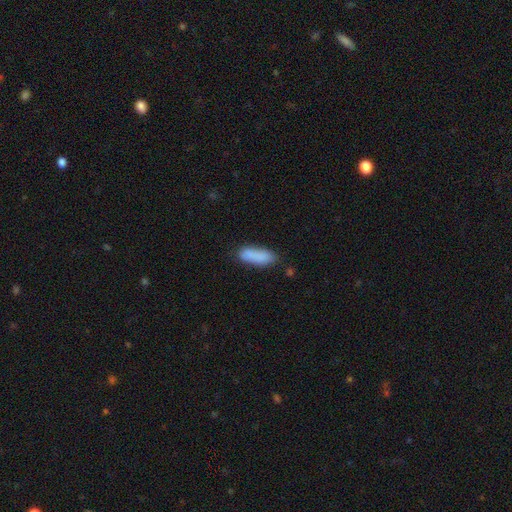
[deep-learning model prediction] smooth 86%, featured or disk 7%, star or artifact 7%. Down the decision tree: how rounded — in between (61%); merging — none (73%).